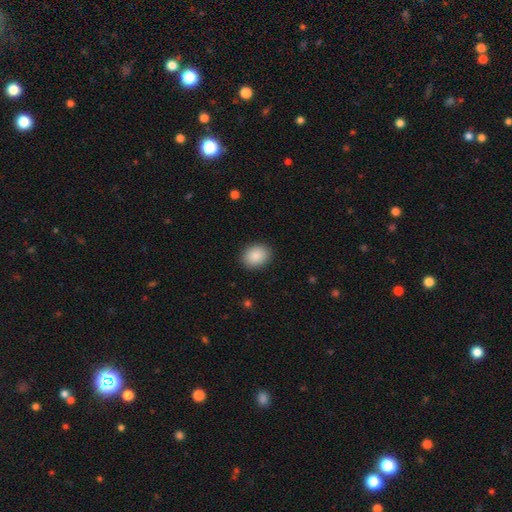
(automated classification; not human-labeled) Overall: smooth (89%). How rounded: in between (59%; round 40%). Merging: none (90%).